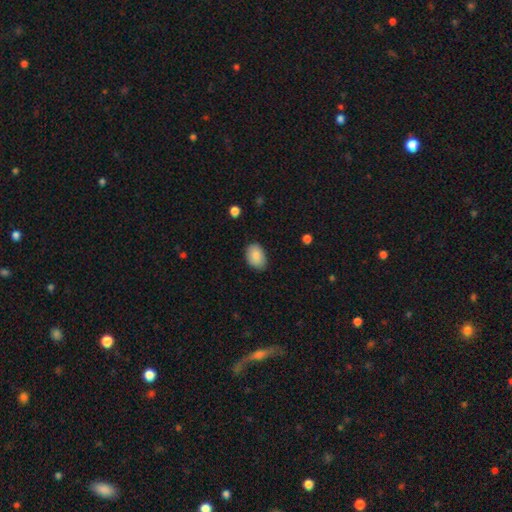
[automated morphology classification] Smooth or featured? Predicted: smooth (p=0.86). How rounded? Predicted: in between (p=0.79). Merging? Predicted: none (p=0.82).